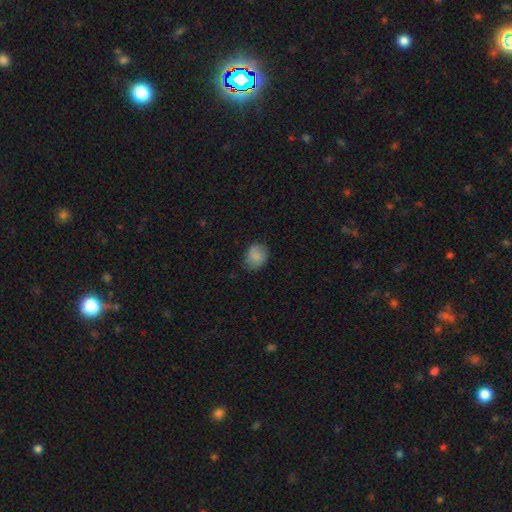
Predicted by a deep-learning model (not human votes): Smooth or featured: smooth — 79% (featured or disk — 12%)
How rounded: round — 59% (in between — 40%)
Merging: none — 73% (minor disturbance — 20%)